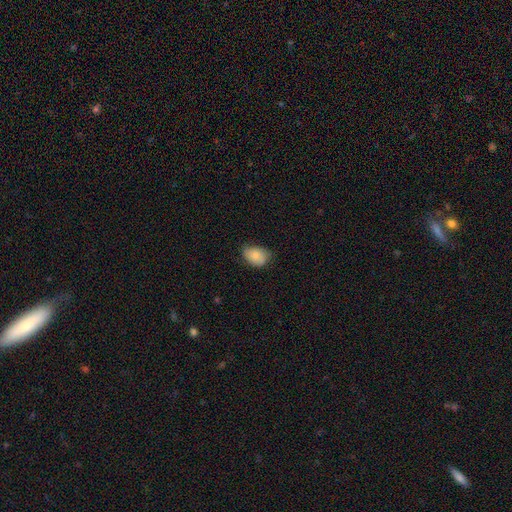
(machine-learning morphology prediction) A smooth galaxy with no disk features (82%) that is in between round and cigar-shaped (79%). Merging: none (63%).